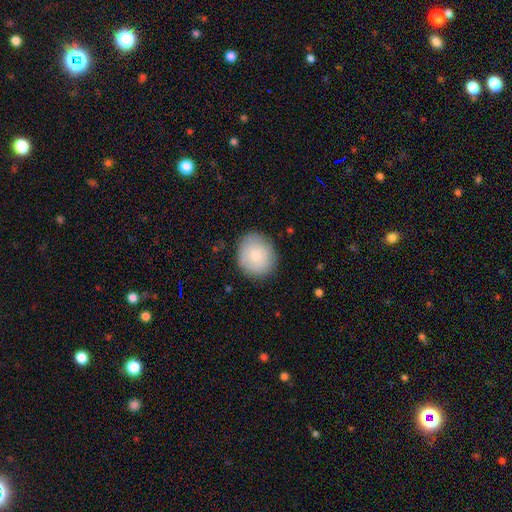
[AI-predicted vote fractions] smooth_or_featured: smooth (p=0.82) [alt: featured or disk p=0.12]
how_rounded: round (p=0.75) [alt: in between p=0.24]
merging: none (p=0.85) [alt: minor disturbance p=0.11]